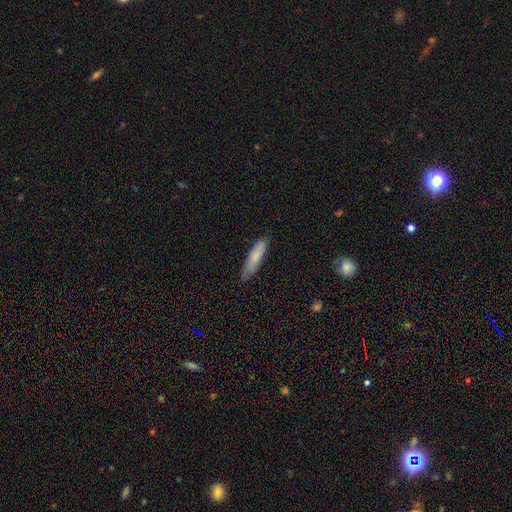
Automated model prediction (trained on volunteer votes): Smooth or featured: smooth — 78% (featured or disk — 16%)
How rounded: cigar-shaped — 76% (in between — 23%)
Merging: none — 70% (minor disturbance — 25%)